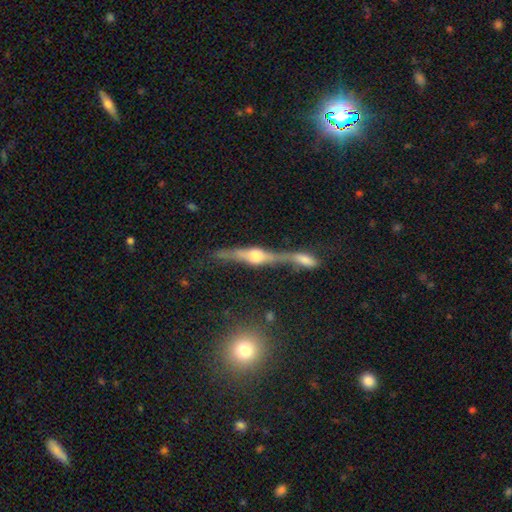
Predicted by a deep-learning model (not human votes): Morphology: type=featured or disk (76%); edge-on=yes (93%); edge-on bulge=rounded (92%); merging=none (51%).